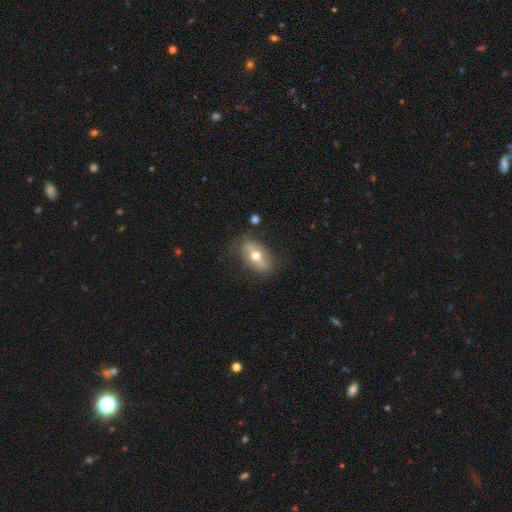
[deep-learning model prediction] The model was most divided on "smooth or featured": smooth: 47%, featured or disk: 46%, star or artifact: 7%. More confident: merging — none (78%).